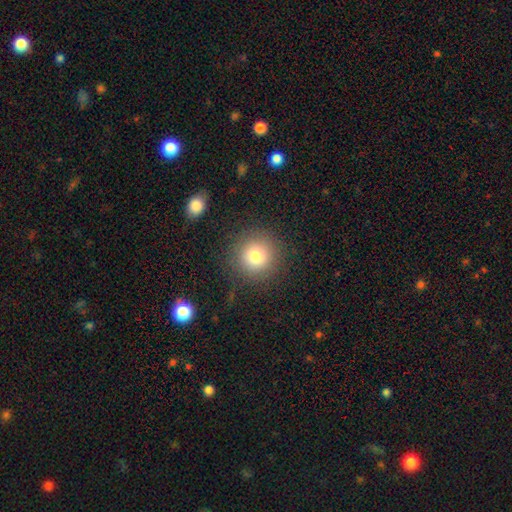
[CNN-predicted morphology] This is likely a smooth galaxy (77%). How rounded: clearly round (95%). Merging: clearly none (86%).